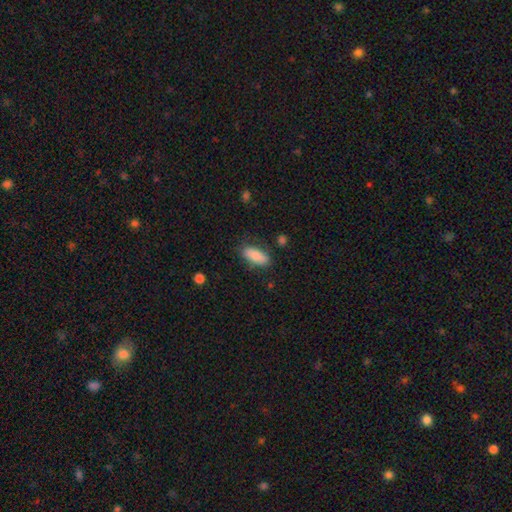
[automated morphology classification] smooth_or_featured: smooth (p=0.83) [alt: featured or disk p=0.11]
how_rounded: in between (p=0.76) [alt: cigar-shaped p=0.22]
merging: none (p=0.79) [alt: minor disturbance p=0.15]